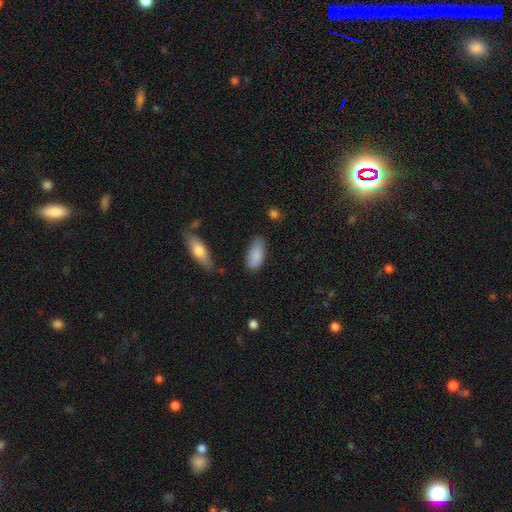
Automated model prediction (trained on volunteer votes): Smooth or featured?
  - smooth: 87% *
  - featured or disk: 7%
  - star or artifact: 6%
How rounded?
  - in between: 87% *
  - cigar-shaped: 11%
  - round: 2%
Merging?
  - none: 70% *
  - minor disturbance: 22%
  - major disturbance: 4%
  - merger: 3%